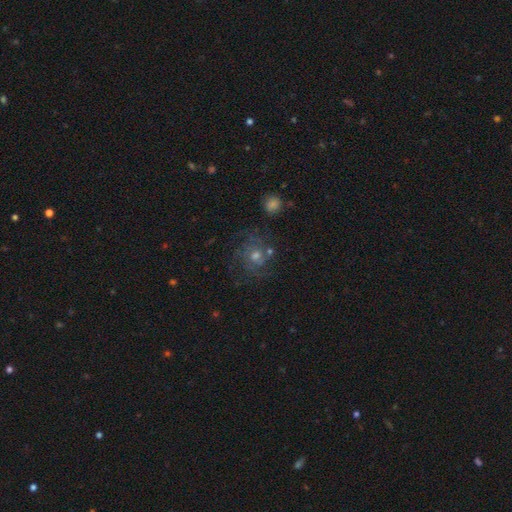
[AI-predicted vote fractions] This appears to be a featured or disk galaxy (61%) with no bar (76%), tight (49%) spiral arms (87%) and a moderate central bulge (59%). Merging: none (70%).